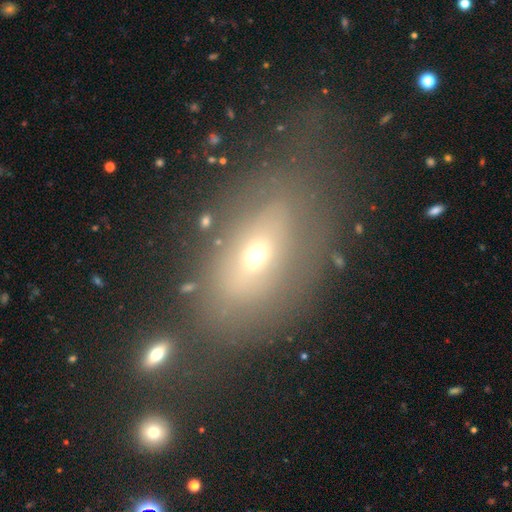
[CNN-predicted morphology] Smooth or featured? Predicted: smooth (p=0.53). How rounded? Predicted: in between (p=0.75). Merging? Predicted: none (p=0.44).